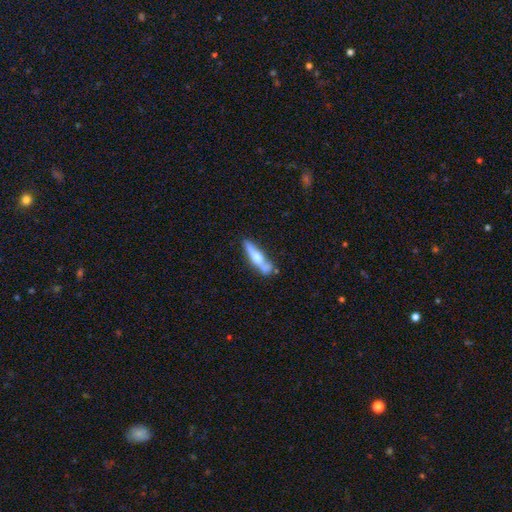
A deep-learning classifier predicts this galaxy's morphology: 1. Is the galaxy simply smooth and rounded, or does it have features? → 51% featured or disk, 43% smooth, 6% star or artifact.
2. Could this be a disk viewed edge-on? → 88% yes, 12% no.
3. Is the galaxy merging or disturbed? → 61% none, 20% minor disturbance, 13% merger, 7% major disturbance.